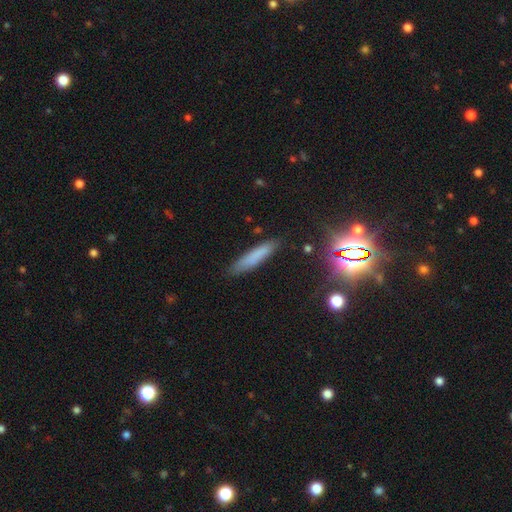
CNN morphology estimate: Smooth or featured?
  - smooth: 73% *
  - featured or disk: 14%
  - star or artifact: 13%
How rounded?
  - cigar-shaped: 86% *
  - in between: 12%
  - round: 2%
Merging?
  - none: 85% *
  - minor disturbance: 11%
  - major disturbance: 3%
  - merger: 2%